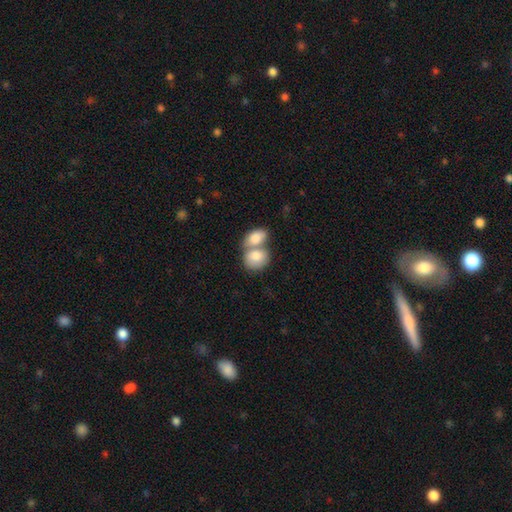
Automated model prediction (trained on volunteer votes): This appears to be a smooth galaxy with no disk features (82%) that is in between round and cigar-shaped (66%). Merging: merger (68%).